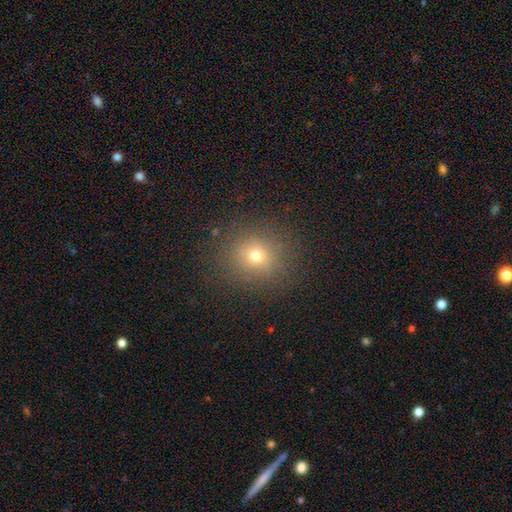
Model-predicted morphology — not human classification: type=smooth (69%); roundness=round (86%); merging=none (87%).